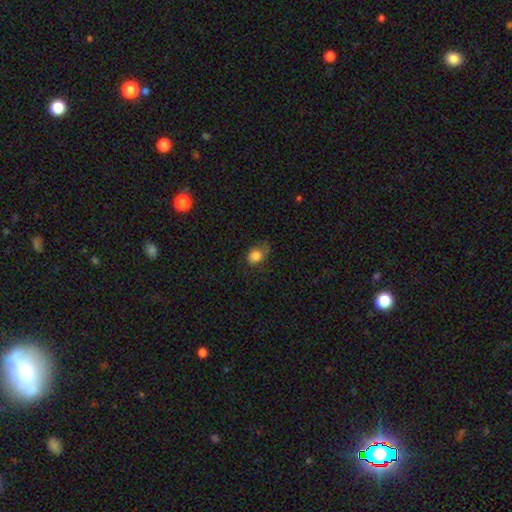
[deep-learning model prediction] Q: Smooth or featured?
A: smooth (79%); runner-up: featured or disk (11%)
Q: How rounded?
A: in between (55%); runner-up: round (44%)
Q: Merging?
A: none (42%); runner-up: minor disturbance (34%)